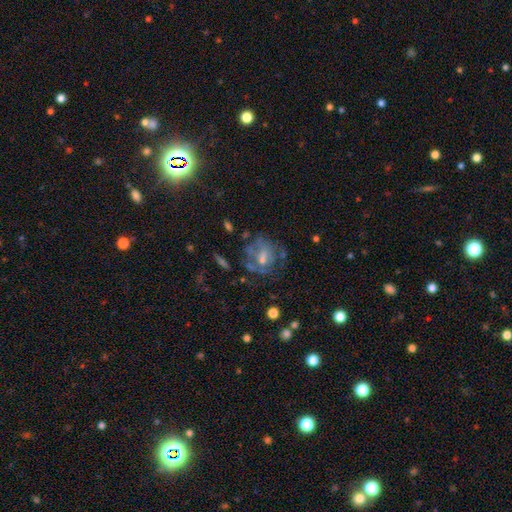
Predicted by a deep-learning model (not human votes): This is possibly a featured or disk galaxy (48%). Merging: likely none (68%).